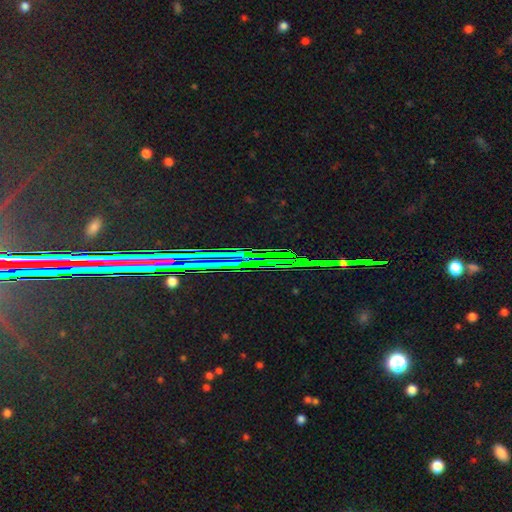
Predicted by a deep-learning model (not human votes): Q: Smooth or featured?
A: star or artifact (79%); runner-up: featured or disk (11%)